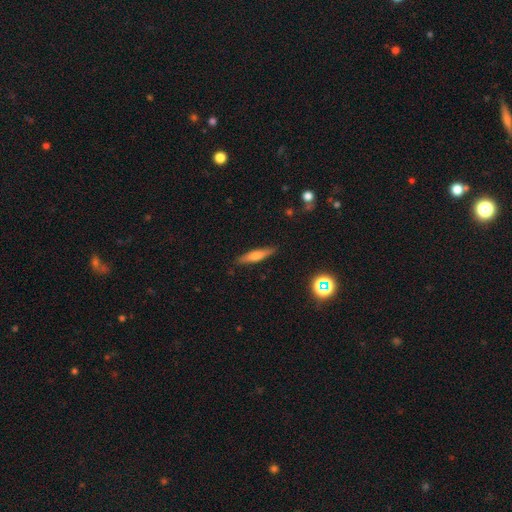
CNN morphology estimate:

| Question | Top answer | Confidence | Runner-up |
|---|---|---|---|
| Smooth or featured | smooth | 58% | featured or disk (35%) |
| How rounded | cigar-shaped | 83% | in between (15%) |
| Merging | none | 87% | minor disturbance (9%) |